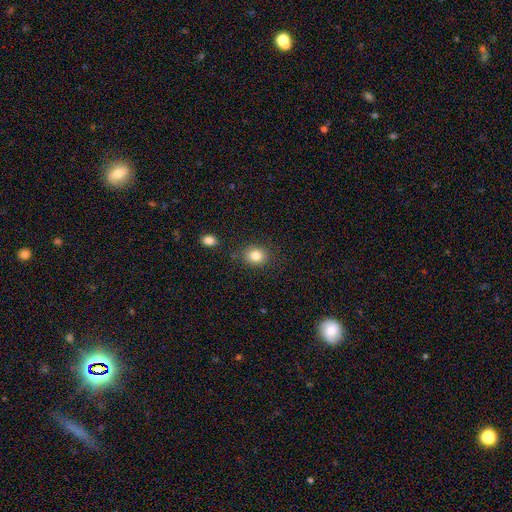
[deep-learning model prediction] A smooth galaxy with no disk features (83%) that is round (65%). Merging: none (82%).